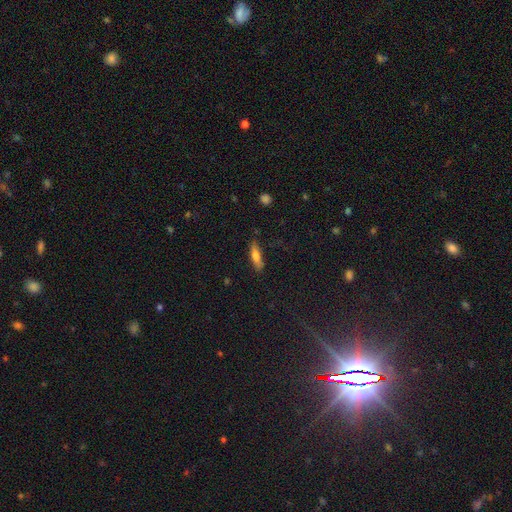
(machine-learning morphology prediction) This appears to be a smooth galaxy with no disk features (69%) that is cigar-shaped (64%). Merging: none (77%).